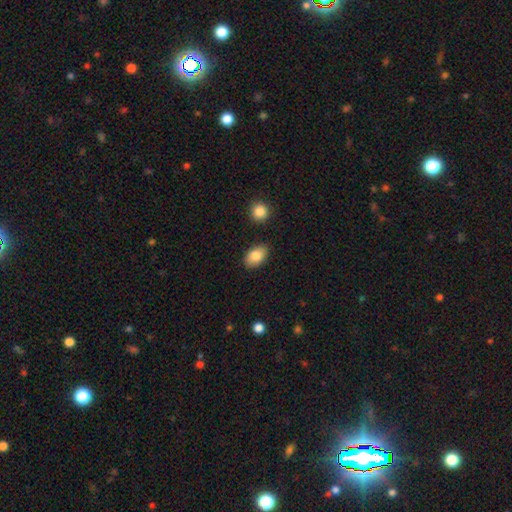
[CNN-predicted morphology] Smooth or featured: smooth — 84% (featured or disk — 8%)
How rounded: in between — 88% (round — 11%)
Merging: none — 85% (minor disturbance — 10%)